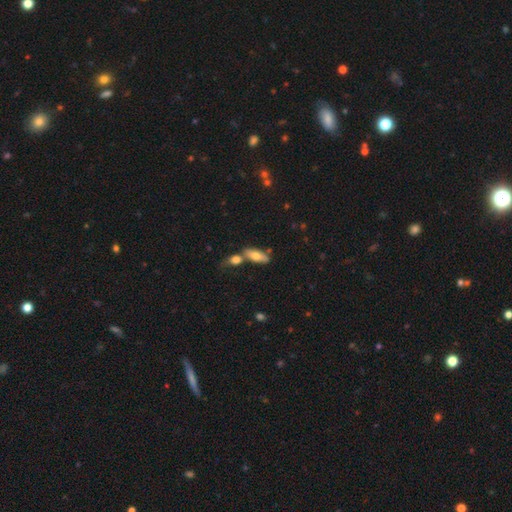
Smooth or featured? 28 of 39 (72%) said smooth. How rounded? 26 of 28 (93%) said in between. Merging? 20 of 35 (57%) said none.